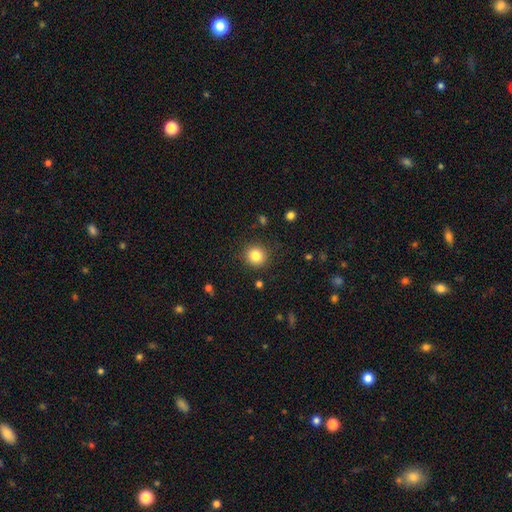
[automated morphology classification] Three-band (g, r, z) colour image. It shows a smooth galaxy with no disk features (82%) that is round (92%). Merging: none (89%).